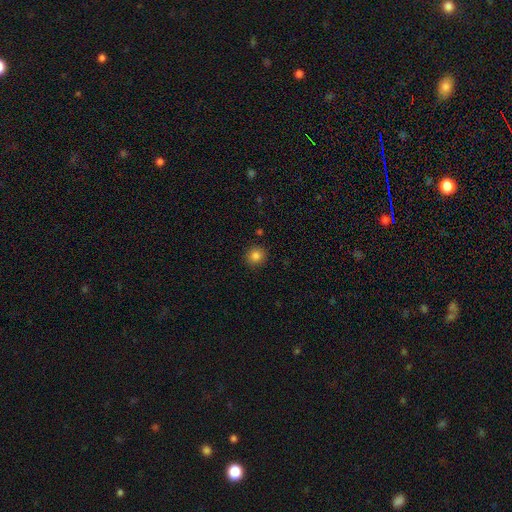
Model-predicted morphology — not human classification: Overall: smooth (83%). How rounded: round (91%). Merging: none (90%).